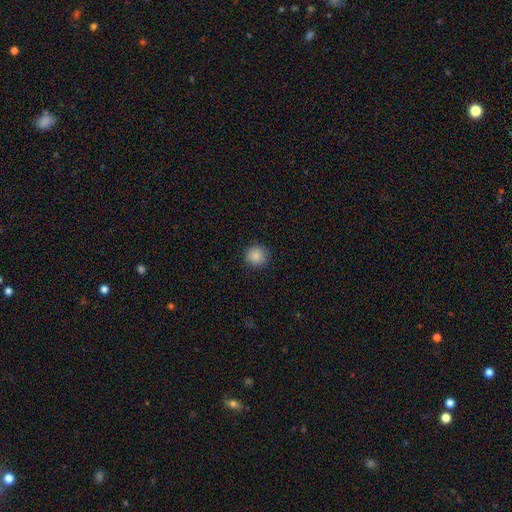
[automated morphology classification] A smooth galaxy with no disk features (87%) that is round (94%). Merging: none (91%).